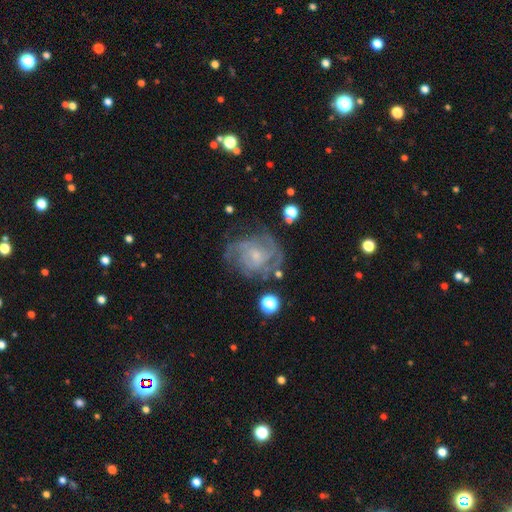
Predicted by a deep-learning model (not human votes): A featured or disk galaxy (81%) with no bar (61%), tight (52%) spiral arms (92%) and a small central bulge (64%).

Vote fractions:
- Smooth or featured? featured or disk: 81% / smooth: 11% / star or artifact: 8%
- Edge-on disk? no: 98% / yes: 2%
- Bar? no: 61% / weak: 34% / strong: 5%
- Spiral arms? yes: 92% / no: 8%
- Spiral winding? tight: 52% / medium: 38% / loose: 10%
- Spiral arm count? can't tell: 33% / 2: 25% / 3: 22% / 4: 9% / 1: 5% / more than 4: 5%
- Bulge size? small: 64% / moderate: 23% / none: 11% / large: 2% / dominant: 1%
- Merging? none: 66% / minor disturbance: 19% / major disturbance: 12% / merger: 3%